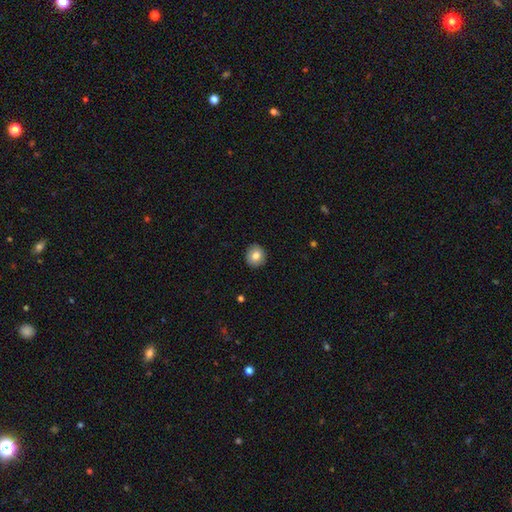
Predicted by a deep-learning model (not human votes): Overall: smooth (80%). How rounded: round (87%). Merging: none (91%).